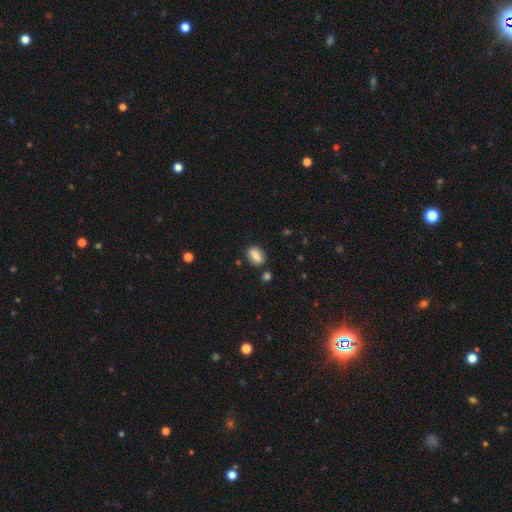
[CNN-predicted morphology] smooth-or-featured: smooth: 75% | featured or disk: 17% | star or artifact: 8%
  how-rounded: in between: 77% | round: 17% | cigar-shaped: 6%
  merging: none: 83% | minor disturbance: 10% | merger: 4% | major disturbance: 3%